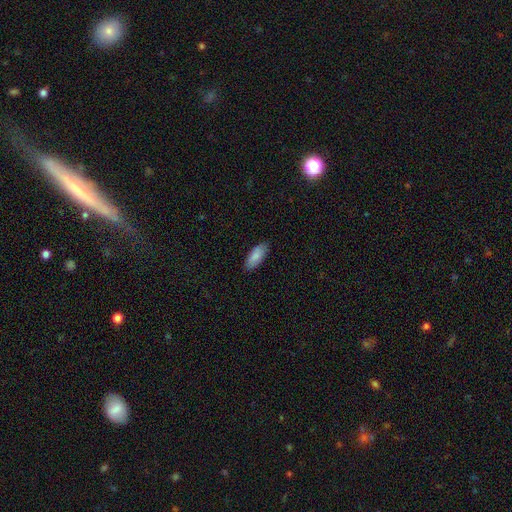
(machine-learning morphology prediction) Smooth or featured?
  - smooth: 88% *
  - featured or disk: 7%
  - star or artifact: 6%
How rounded?
  - in between: 79% *
  - cigar-shaped: 20%
  - round: 2%
Merging?
  - none: 88% *
  - minor disturbance: 9%
  - major disturbance: 2%
  - merger: 1%